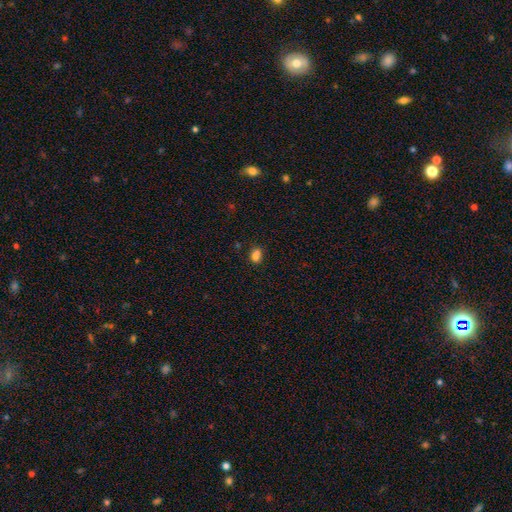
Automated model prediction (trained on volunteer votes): This is likely a smooth galaxy (76%). How rounded: possibly in between (59%). Merging: possibly none (49%).